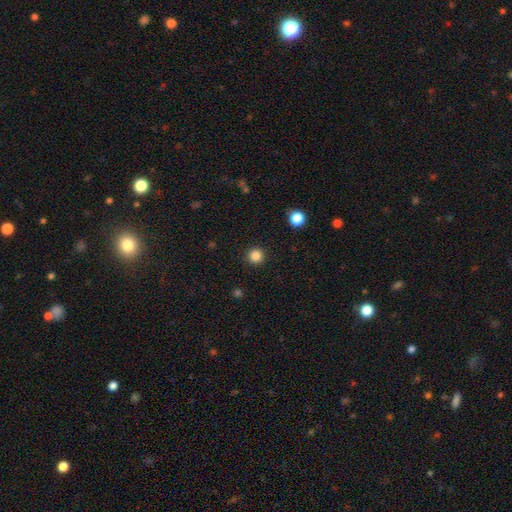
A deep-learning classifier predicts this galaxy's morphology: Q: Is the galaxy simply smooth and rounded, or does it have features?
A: smooth — 85%.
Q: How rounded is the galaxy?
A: round — 95%.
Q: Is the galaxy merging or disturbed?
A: none — 92%.